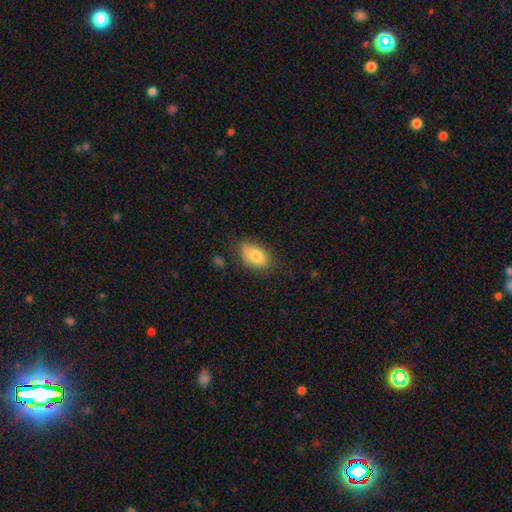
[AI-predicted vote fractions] Smooth or featured? smooth (78%)
How rounded? in between (87%)
Merging? none (69%)